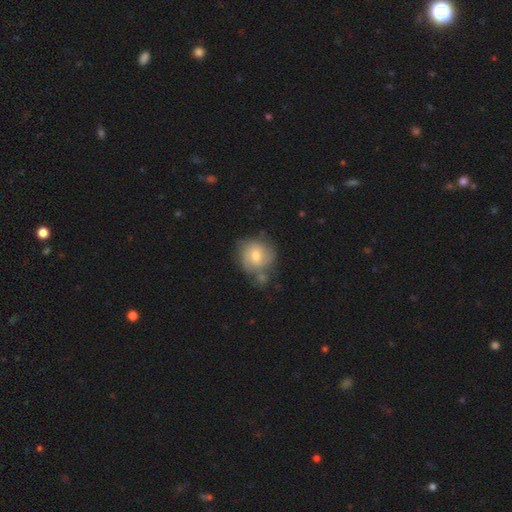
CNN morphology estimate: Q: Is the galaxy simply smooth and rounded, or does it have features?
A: smooth — 47%.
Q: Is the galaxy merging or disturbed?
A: none — 49%.